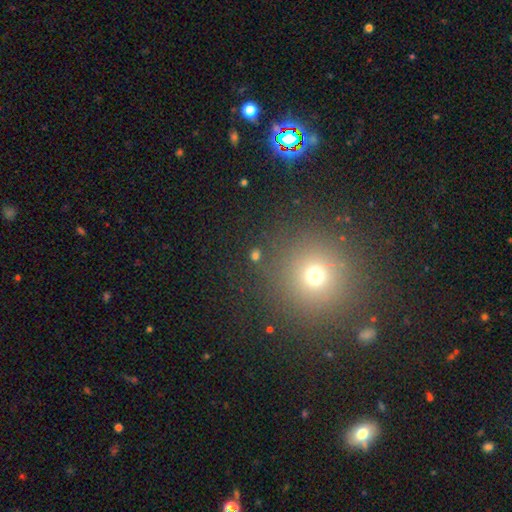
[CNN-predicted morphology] Smooth or featured: smooth — 56% (star or artifact — 34%)
How rounded: round — 90% (in between — 9%)
Merging: none — 84% (minor disturbance — 7%)